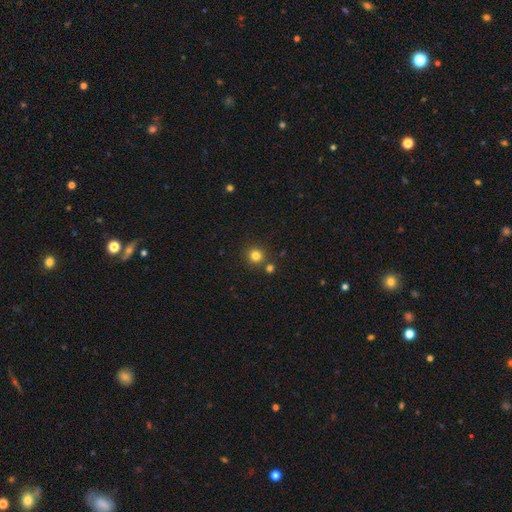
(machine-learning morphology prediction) smooth_or_featured: smooth (p=0.80) [alt: star or artifact p=0.14]
how_rounded: round (p=0.94) [alt: in between p=0.05]
merging: none (p=0.81) [alt: merger p=0.10]